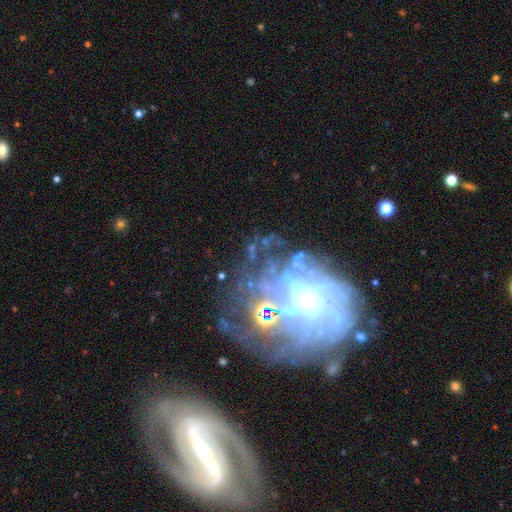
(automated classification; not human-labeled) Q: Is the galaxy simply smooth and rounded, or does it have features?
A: featured or disk — 74%.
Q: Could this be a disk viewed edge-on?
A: no — 97%.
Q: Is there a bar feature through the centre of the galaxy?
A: no — 76%.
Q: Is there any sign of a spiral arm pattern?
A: yes — 70%.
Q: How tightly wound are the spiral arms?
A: tight — 59%.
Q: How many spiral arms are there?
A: can't tell — 46%.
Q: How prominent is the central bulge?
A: small — 66%.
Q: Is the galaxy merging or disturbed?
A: none — 50%.